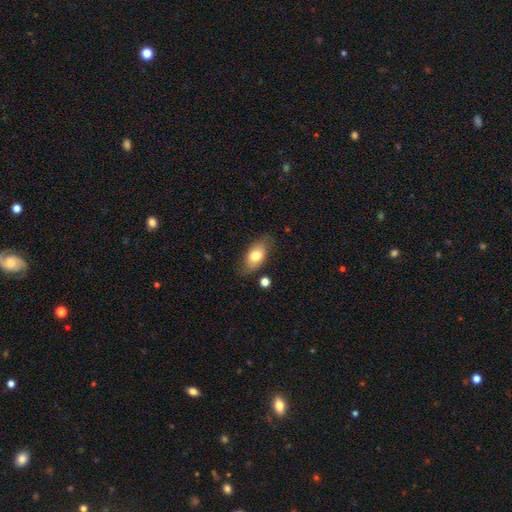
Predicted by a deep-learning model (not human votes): smooth-or-featured: smooth: 74% | featured or disk: 19% | star or artifact: 7%
  how-rounded: in between: 89% | round: 6% | cigar-shaped: 5%
  merging: none: 78% | minor disturbance: 16% | major disturbance: 4% | merger: 2%